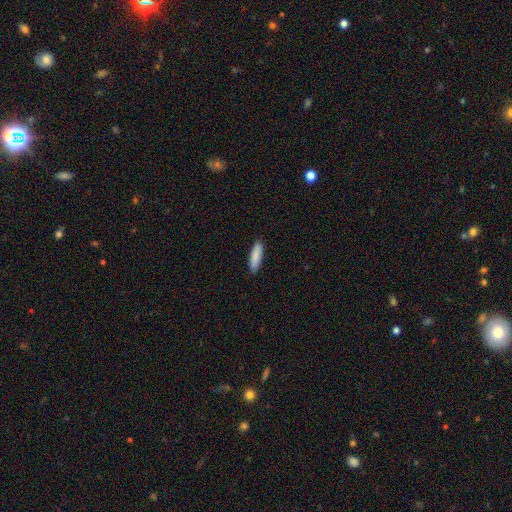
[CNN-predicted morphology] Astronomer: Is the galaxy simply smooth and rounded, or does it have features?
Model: smooth — 88%.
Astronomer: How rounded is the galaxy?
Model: cigar-shaped — 70%.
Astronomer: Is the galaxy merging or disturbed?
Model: none — 90%.